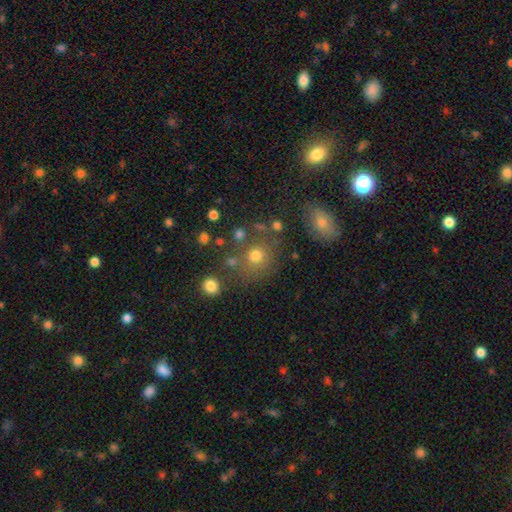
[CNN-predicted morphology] smooth_or_featured: smooth (p=0.73) [alt: star or artifact p=0.17]
how_rounded: round (p=0.83) [alt: in between p=0.16]
merging: none (p=0.70) [alt: minor disturbance p=0.12]